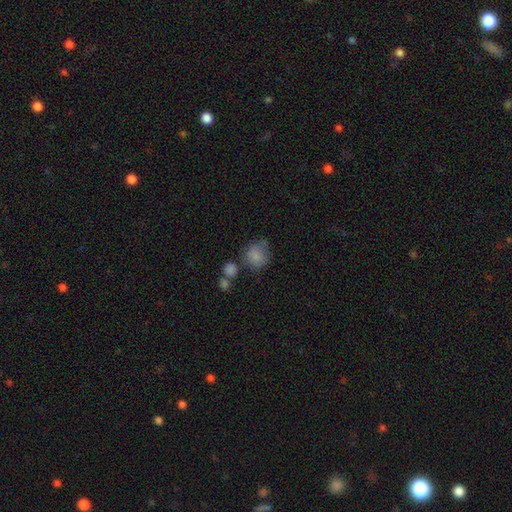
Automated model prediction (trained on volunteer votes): Morphology: type=smooth (81%); roundness=round (76%); merging=none (55%).